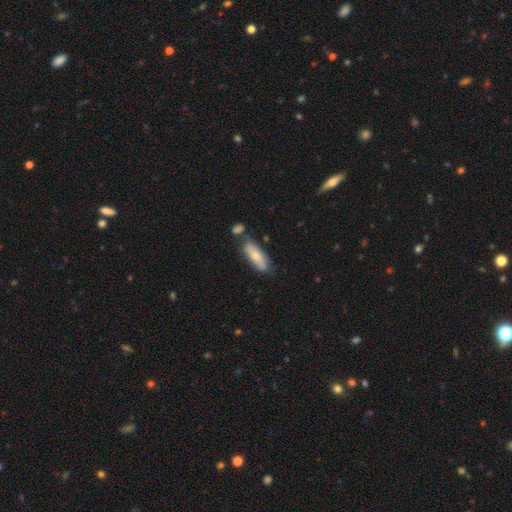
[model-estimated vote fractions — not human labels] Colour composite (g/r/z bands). It shows a smooth galaxy with no disk features (67%) that is in between round and cigar-shaped (55%). Merging: none (64%).